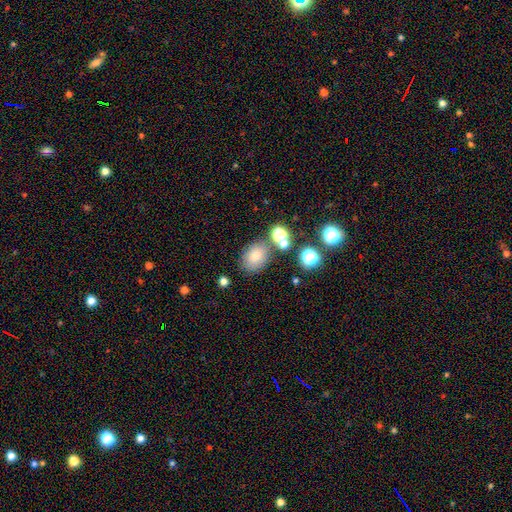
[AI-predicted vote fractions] Overall: smooth (74%). How rounded: in between (68%; round 31%). Merging: none (69%).